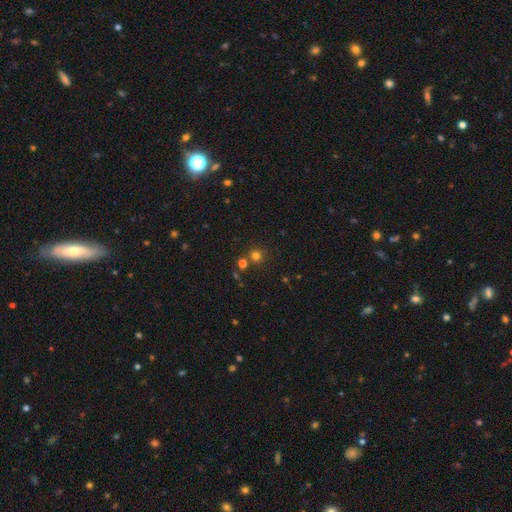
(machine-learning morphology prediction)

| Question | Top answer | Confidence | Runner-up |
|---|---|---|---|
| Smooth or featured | smooth | 72% | star or artifact (21%) |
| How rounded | round | 92% | in between (7%) |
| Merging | none | 74% | merger (16%) |